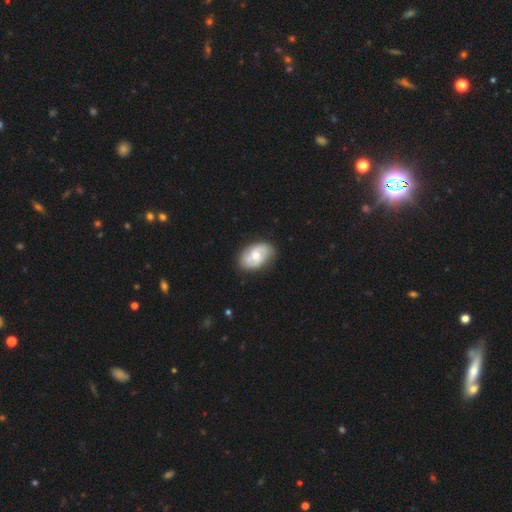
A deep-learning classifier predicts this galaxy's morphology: A featured or disk galaxy (55%) with no bar (55%), spiral arms (79%) and a moderate central bulge (66%). Merging: none (81%).